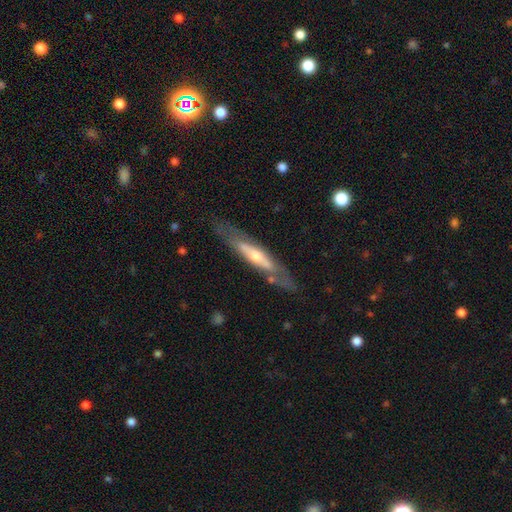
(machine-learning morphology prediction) A featured or disk galaxy (70%) viewed edge-on (66%). Merging: none (79%).